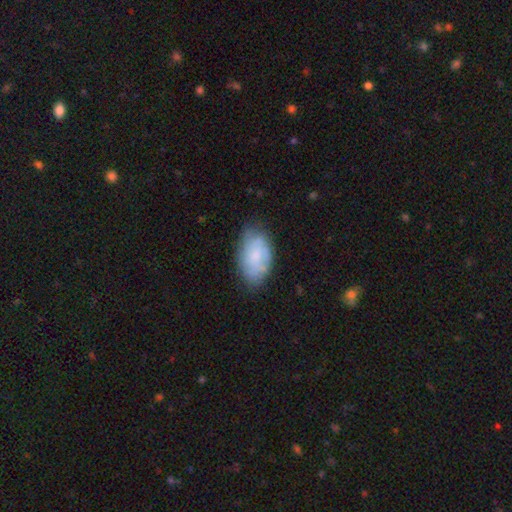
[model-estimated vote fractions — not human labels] A smooth galaxy with no disk features (56%) that is in between round and cigar-shaped (92%). Merging: none (67%).